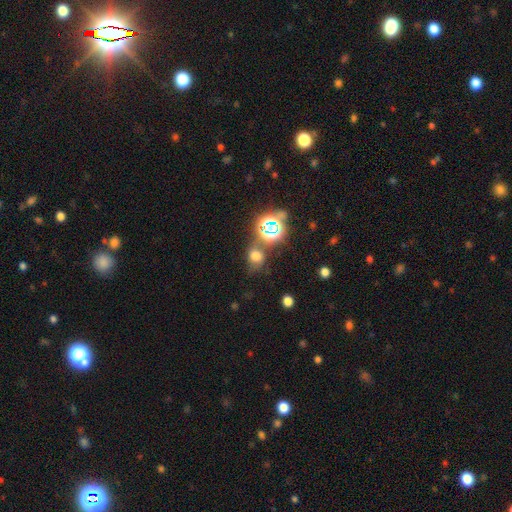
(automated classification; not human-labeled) Smooth or featured? smooth (57%)
How rounded? round (55%)
Merging? none (58%)